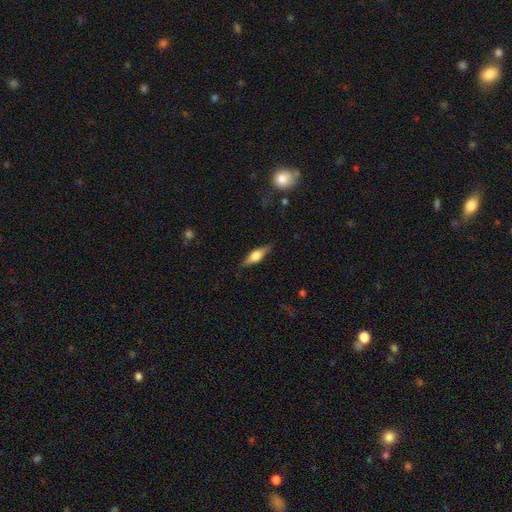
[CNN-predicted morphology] Smooth or featured? featured or disk (47%)
Merging? none (85%)